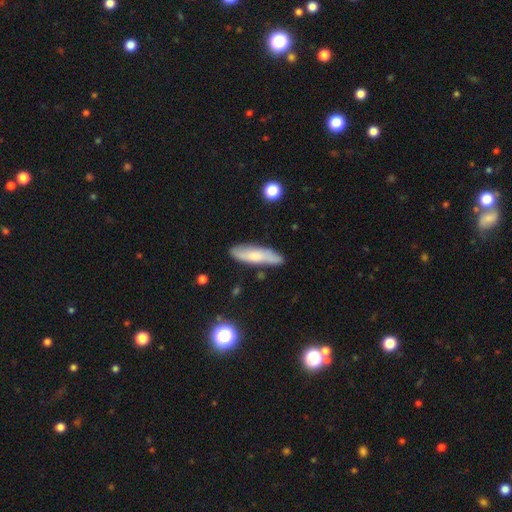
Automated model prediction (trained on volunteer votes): This appears to be a smooth galaxy with no disk features (65%) that is cigar-shaped (68%). Merging: none (79%).